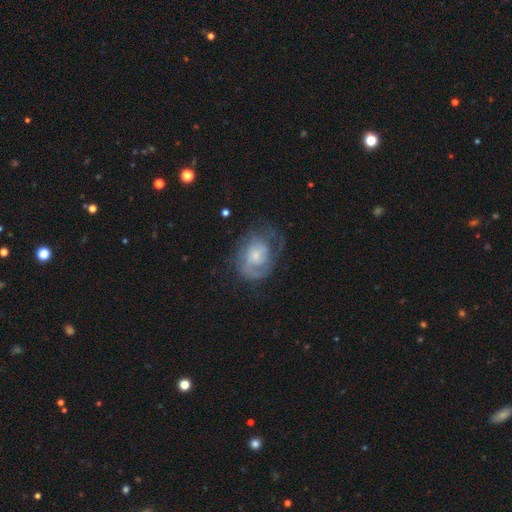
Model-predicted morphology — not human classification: Overall: featured or disk (69%). Edge-on disk: no (97%). Bar: no (69%). Spiral arms: yes (82%). Spiral arm count: can't tell (34%; 2 31%). Spiral winding: tight (46%; medium 37%). Bulge size: small (55%; moderate 30%). Merging: none (53%; minor disturbance 24%).